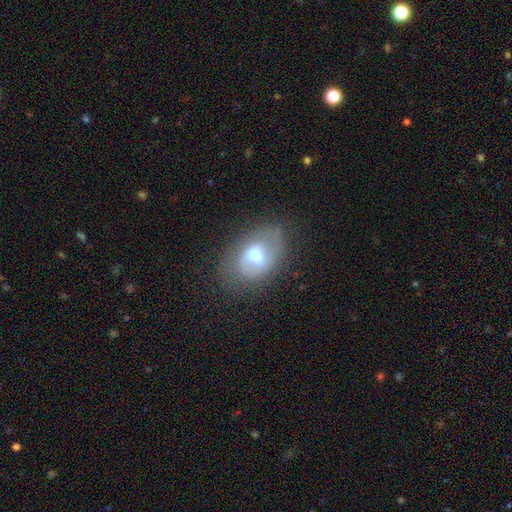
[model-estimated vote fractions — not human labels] Smooth or featured? Predicted: smooth (p=0.48). Merging? Predicted: none (p=0.66).